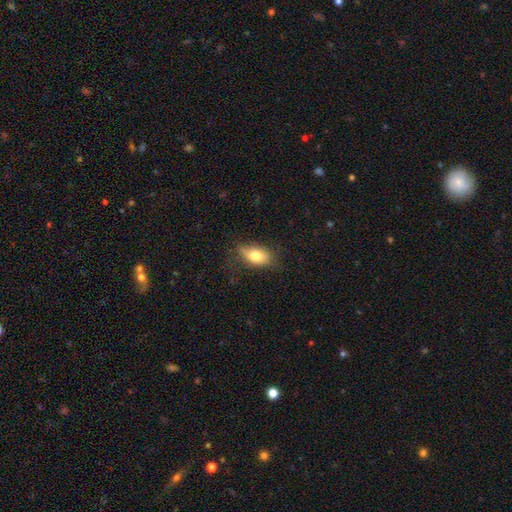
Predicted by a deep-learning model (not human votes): Q: Smooth or featured?
A: smooth (77%); runner-up: featured or disk (15%)
Q: How rounded?
A: in between (88%); runner-up: round (7%)
Q: Merging?
A: none (68%); runner-up: minor disturbance (23%)